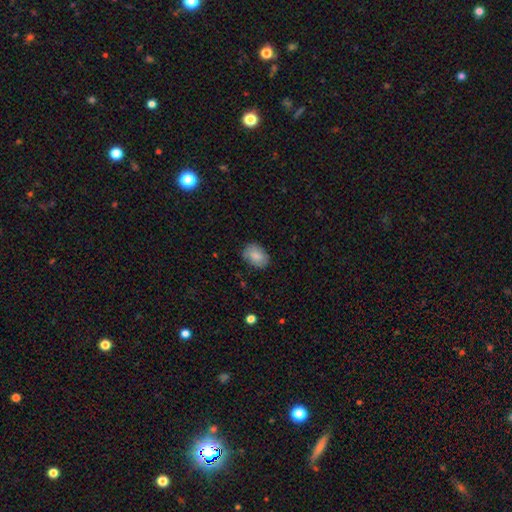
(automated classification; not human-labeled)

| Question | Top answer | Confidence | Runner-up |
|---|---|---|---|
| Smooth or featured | smooth | 82% | featured or disk (11%) |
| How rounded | in between | 81% | round (18%) |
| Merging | none | 81% | minor disturbance (15%) |